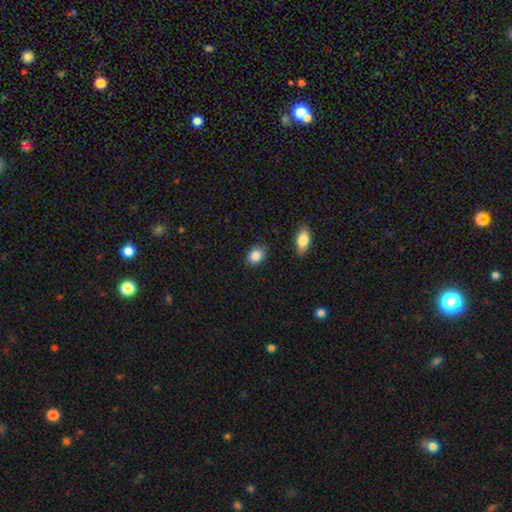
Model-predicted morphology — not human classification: Smooth or featured? smooth (88%)
How rounded? in between (76%)
Merging? none (85%)